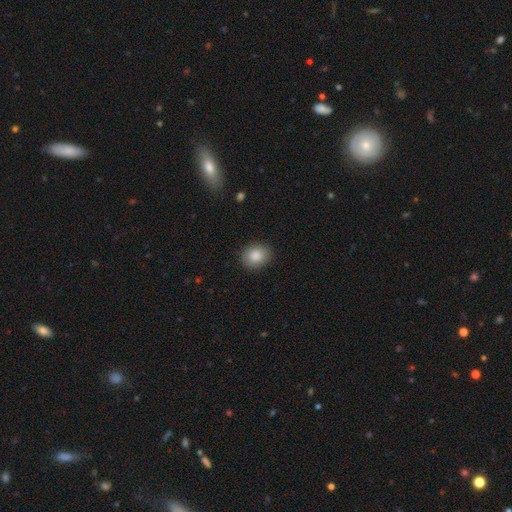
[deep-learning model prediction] smooth-or-featured: smooth: 86% | star or artifact: 8% | featured or disk: 6%
  how-rounded: round: 55% | in between: 44% | cigar-shaped: 1%
  merging: none: 88% | minor disturbance: 8% | major disturbance: 2% | merger: 1%